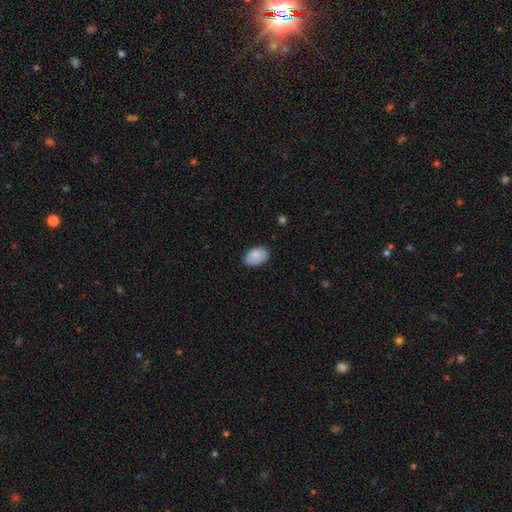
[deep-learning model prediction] This appears to be a smooth galaxy with no disk features (87%) that is in between round and cigar-shaped (91%). Merging: none (82%).